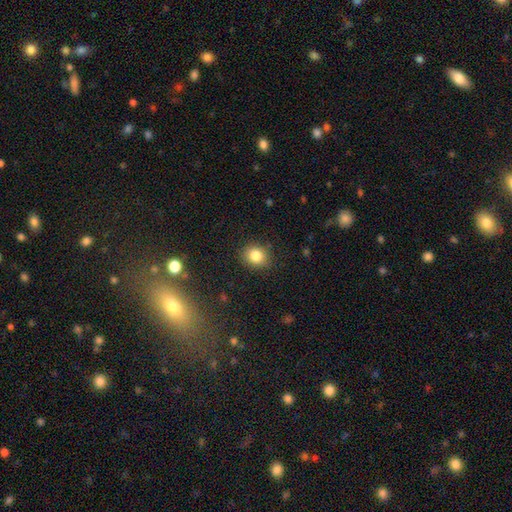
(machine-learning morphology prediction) smooth_or_featured: smooth (p=0.83) [alt: star or artifact p=0.11]
how_rounded: round (p=0.73) [alt: in between p=0.26]
merging: none (p=0.86) [alt: minor disturbance p=0.10]